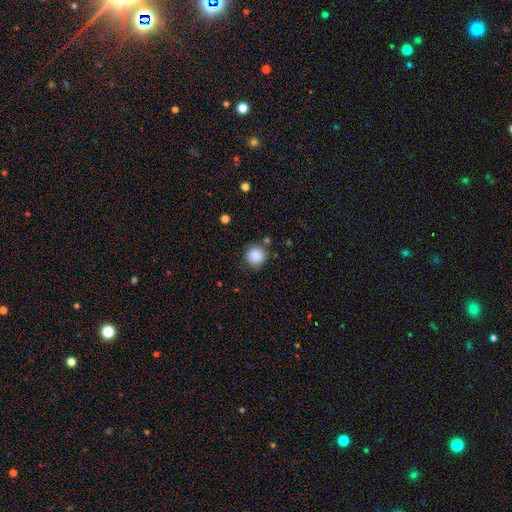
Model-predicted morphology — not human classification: Smooth or featured?
  - smooth: 87% *
  - star or artifact: 9%
  - featured or disk: 3%
How rounded?
  - round: 93% *
  - in between: 6%
  - cigar-shaped: 1%
Merging?
  - none: 82% *
  - minor disturbance: 11%
  - major disturbance: 3%
  - merger: 3%